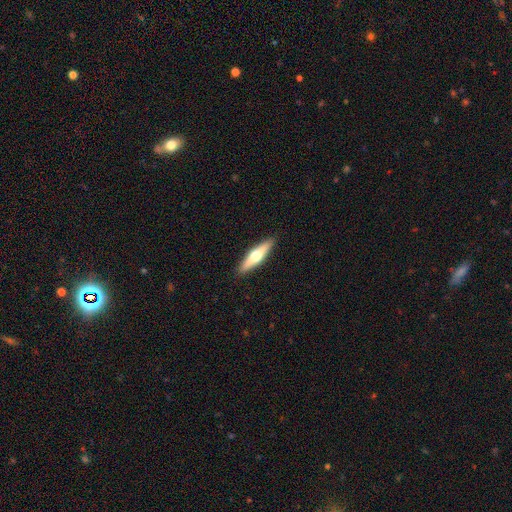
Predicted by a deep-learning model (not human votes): This appears to be a featured or disk galaxy (52%) viewed edge-on (94%). Merging: none (91%).